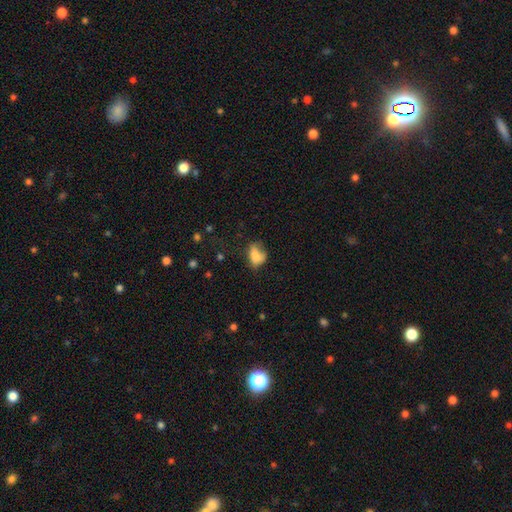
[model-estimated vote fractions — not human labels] smooth-or-featured: smooth: 76% | featured or disk: 14% | star or artifact: 10%
  how-rounded: in between: 80% | round: 17% | cigar-shaped: 2%
  merging: minor disturbance: 34% | none: 33% | major disturbance: 27% | merger: 6%